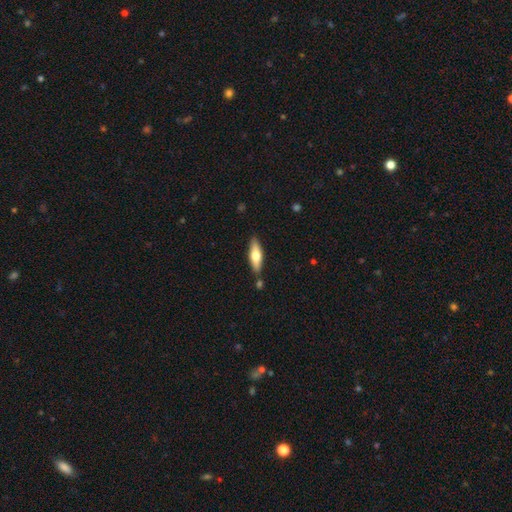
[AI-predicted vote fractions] Q: Smooth or featured?
A: smooth (56%); runner-up: featured or disk (39%)
Q: How rounded?
A: cigar-shaped (54%); runner-up: in between (44%)
Q: Merging?
A: none (82%); runner-up: minor disturbance (11%)